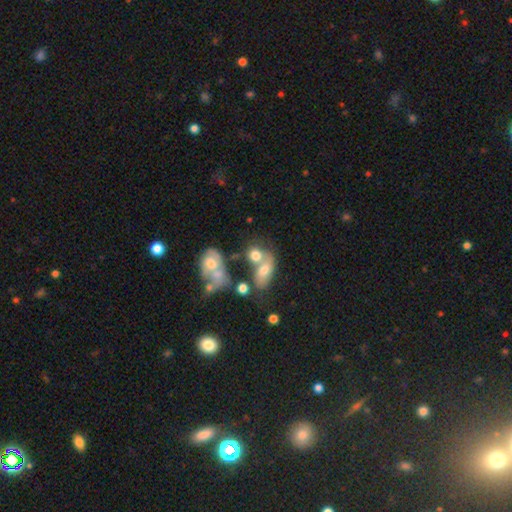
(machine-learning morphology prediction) Smooth or featured?
  - smooth: 65% *
  - featured or disk: 23%
  - star or artifact: 13%
How rounded?
  - in between: 60% *
  - round: 37%
  - cigar-shaped: 3%
Merging?
  - merger: 56% *
  - none: 24%
  - minor disturbance: 11%
  - major disturbance: 10%